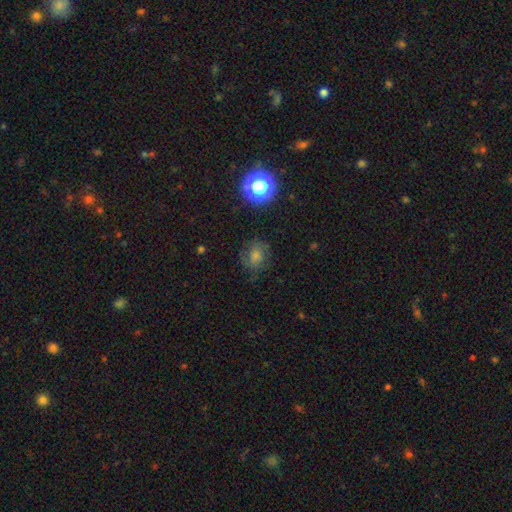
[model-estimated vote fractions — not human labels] Overall: smooth (44%; featured or disk 29%). Merging: none (74%).